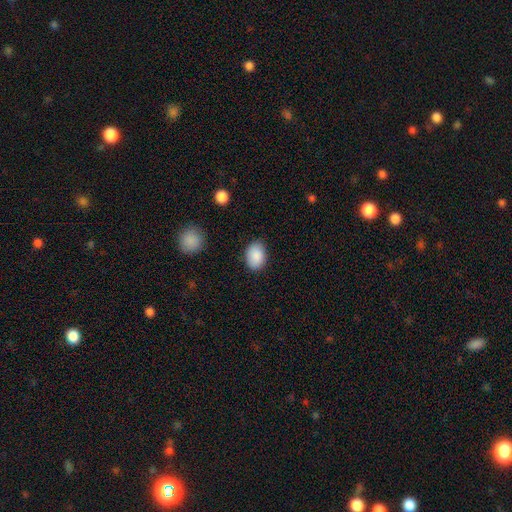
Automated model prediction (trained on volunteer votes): Smooth or featured?
  - smooth: 89% *
  - star or artifact: 7%
  - featured or disk: 4%
How rounded?
  - in between: 79% *
  - round: 20%
  - cigar-shaped: 1%
Merging?
  - none: 81% *
  - minor disturbance: 14%
  - major disturbance: 3%
  - merger: 1%